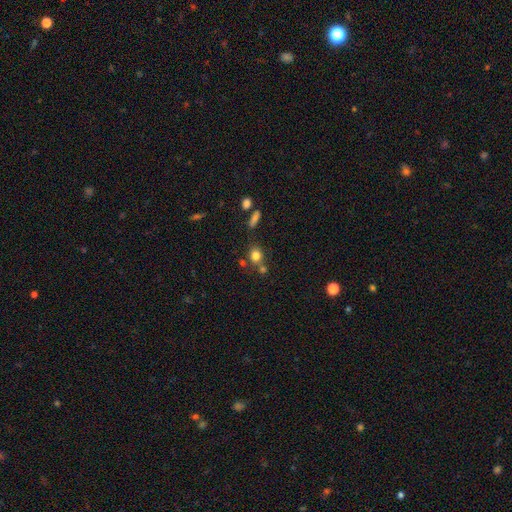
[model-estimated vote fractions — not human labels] A smooth galaxy with no disk features (79%) that is round (69%). Merging: none (62%).